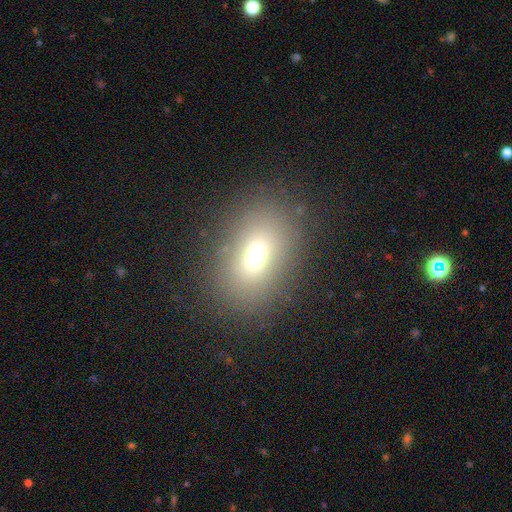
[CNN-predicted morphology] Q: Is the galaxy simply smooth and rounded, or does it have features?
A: smooth — 66%.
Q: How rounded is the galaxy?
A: in between — 66%.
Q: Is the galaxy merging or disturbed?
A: none — 81%.